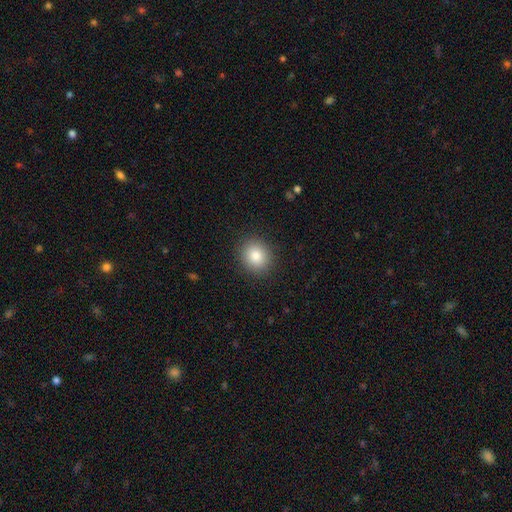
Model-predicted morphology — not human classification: This appears to be a smooth galaxy with no disk features (84%) that is round (78%). Merging: none (90%).